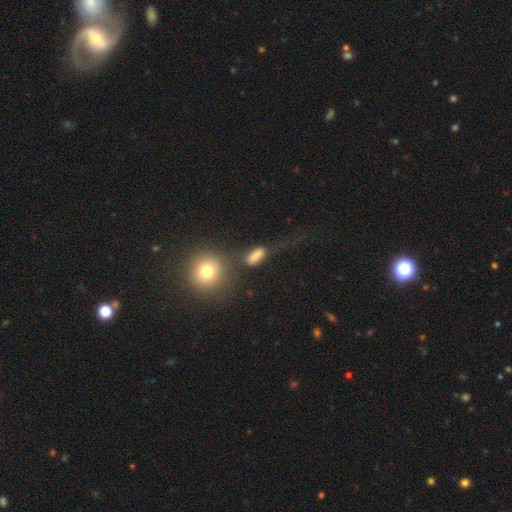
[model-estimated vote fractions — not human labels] smooth_or_featured: smooth (p=0.75) [alt: featured or disk p=0.14]
how_rounded: in between (p=0.69) [alt: cigar-shaped p=0.19]
merging: none (p=0.40) [alt: major disturbance p=0.24]